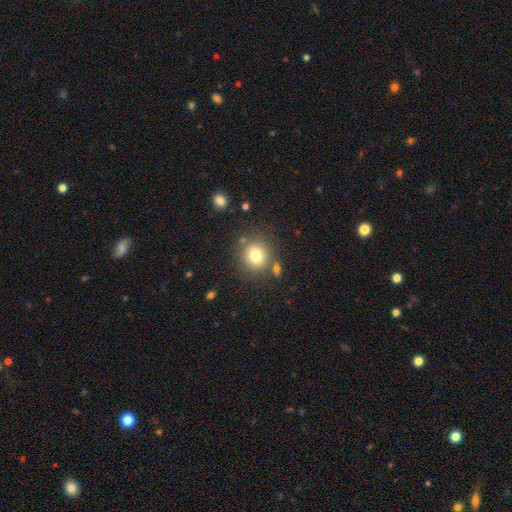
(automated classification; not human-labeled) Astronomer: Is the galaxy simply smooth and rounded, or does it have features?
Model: smooth — 78%.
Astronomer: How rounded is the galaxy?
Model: round — 84%.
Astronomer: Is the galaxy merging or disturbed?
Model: none — 75%.